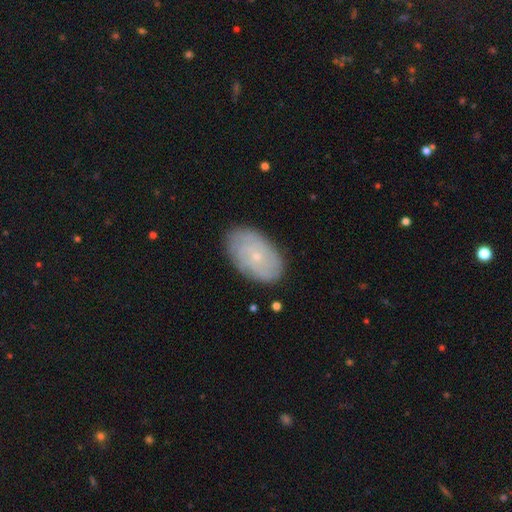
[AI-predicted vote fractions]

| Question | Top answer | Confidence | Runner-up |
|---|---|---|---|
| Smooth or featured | featured or disk | 53% | smooth (40%) |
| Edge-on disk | no | 94% | yes (6%) |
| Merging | none | 83% | minor disturbance (13%) |